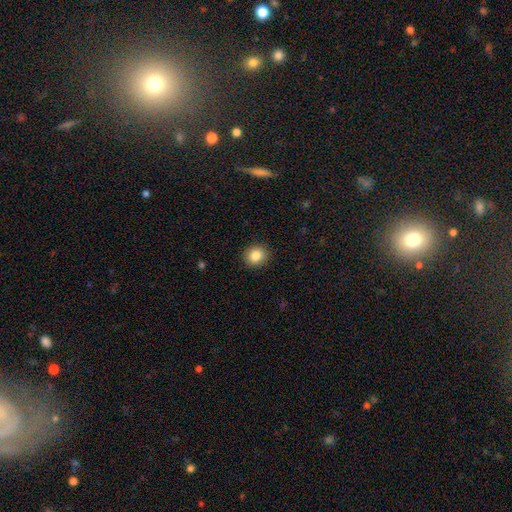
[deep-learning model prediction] smooth_or_featured: smooth (p=0.85) [alt: star or artifact p=0.10]
how_rounded: round (p=0.83) [alt: in between p=0.16]
merging: none (p=0.91) [alt: minor disturbance p=0.06]